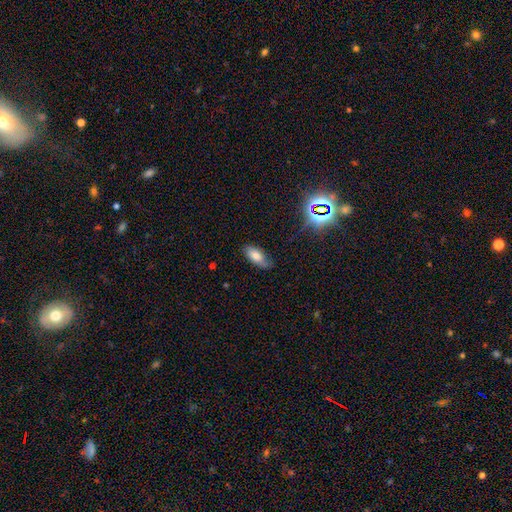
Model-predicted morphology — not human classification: Smooth or featured?
  - smooth: 71% *
  - featured or disk: 18%
  - star or artifact: 11%
How rounded?
  - in between: 85% *
  - cigar-shaped: 12%
  - round: 3%
Merging?
  - none: 72% *
  - minor disturbance: 23%
  - major disturbance: 4%
  - merger: 1%